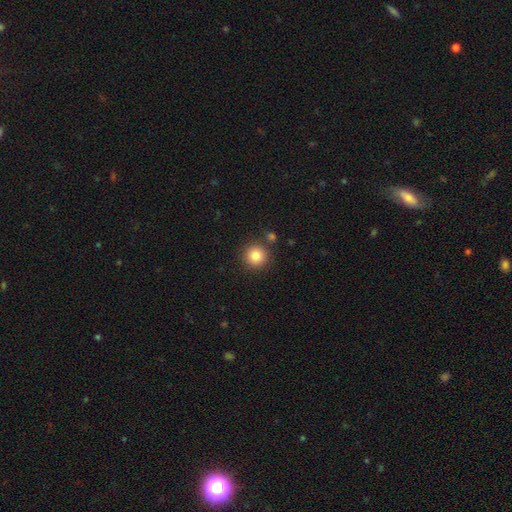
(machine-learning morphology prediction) The model was most divided on "smooth or featured": smooth: 84%, star or artifact: 10%, featured or disk: 6%. More confident: how rounded — round (94%); merging — none (85%).